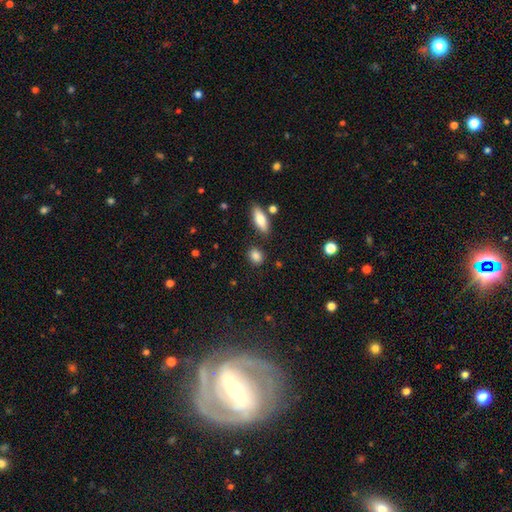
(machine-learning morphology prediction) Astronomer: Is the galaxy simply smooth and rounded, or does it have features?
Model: smooth — 85%.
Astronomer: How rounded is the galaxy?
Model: in between — 54% (runner-up: round, 42%).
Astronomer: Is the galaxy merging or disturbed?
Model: none — 80%.